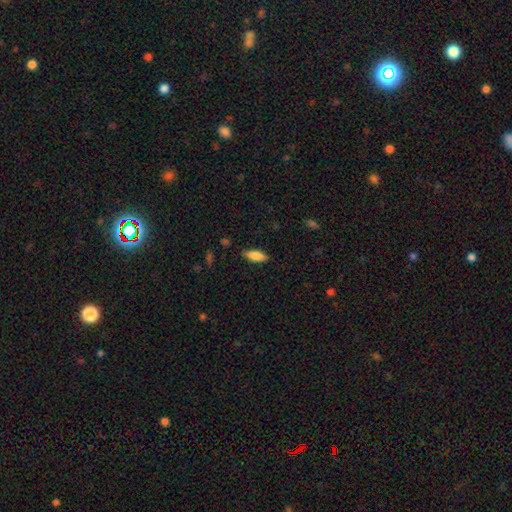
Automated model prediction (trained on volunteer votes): smooth-or-featured: smooth: 81% | featured or disk: 12% | star or artifact: 7%
  how-rounded: in between: 68% | cigar-shaped: 30% | round: 2%
  merging: none: 84% | minor disturbance: 12% | major disturbance: 3% | merger: 1%